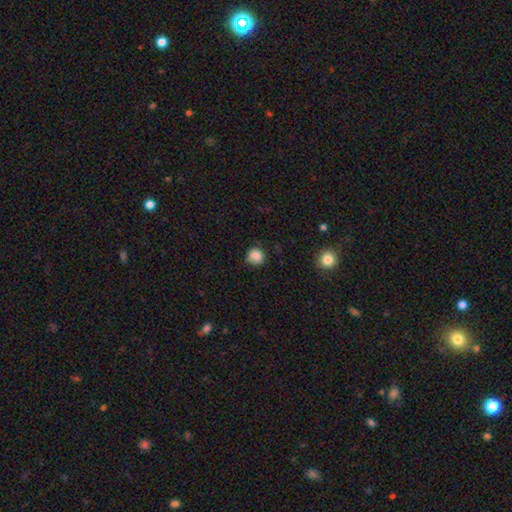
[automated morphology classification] Smooth or featured?
  - smooth: 86% *
  - star or artifact: 10%
  - featured or disk: 4%
How rounded?
  - round: 85% *
  - in between: 15%
  - cigar-shaped: 1%
Merging?
  - none: 72% *
  - minor disturbance: 22%
  - major disturbance: 5%
  - merger: 2%